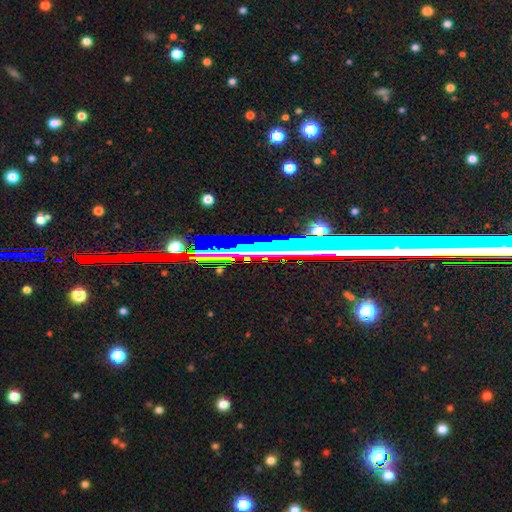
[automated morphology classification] type=star or artifact (57%).